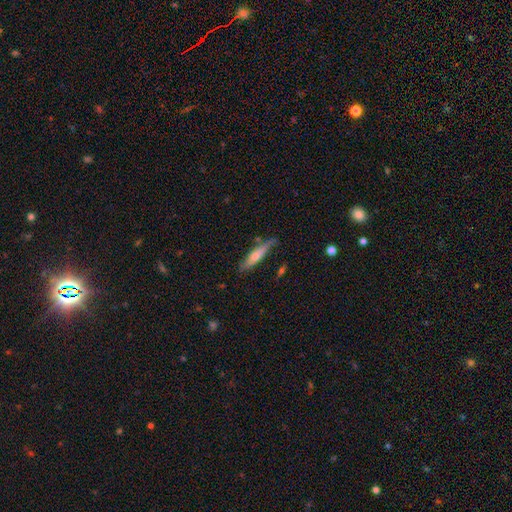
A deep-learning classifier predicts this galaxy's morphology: Q: Smooth or featured?
A: smooth (60%); runner-up: featured or disk (35%)
Q: How rounded?
A: cigar-shaped (80%); runner-up: in between (19%)
Q: Merging?
A: none (70%); runner-up: minor disturbance (22%)